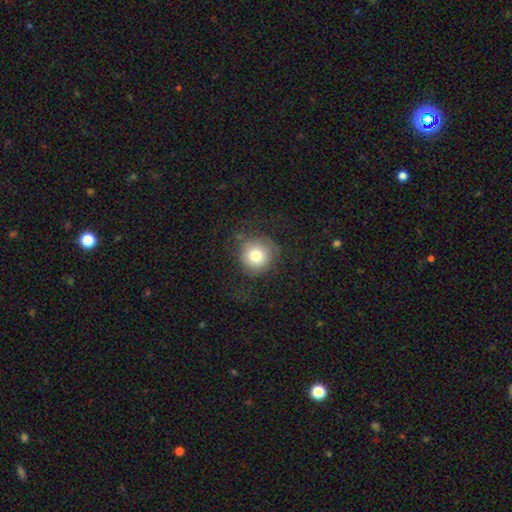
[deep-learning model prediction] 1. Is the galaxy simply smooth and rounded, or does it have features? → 76% smooth, 13% featured or disk, 11% star or artifact.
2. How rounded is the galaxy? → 93% round, 6% in between, 1% cigar-shaped.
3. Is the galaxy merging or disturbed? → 72% none, 17% minor disturbance, 11% major disturbance, 1% merger.